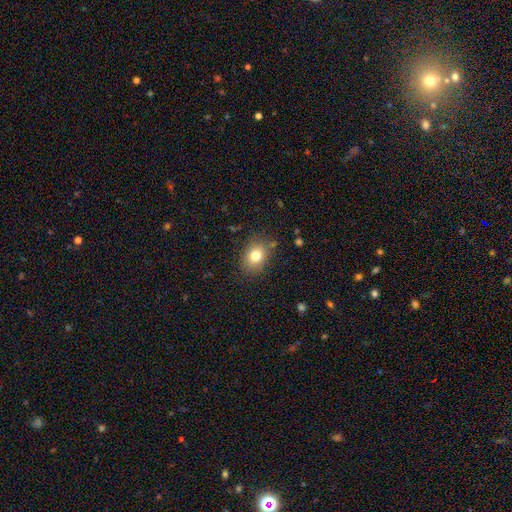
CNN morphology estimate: smooth_or_featured: smooth (p=0.79) [alt: star or artifact p=0.11]
how_rounded: in between (p=0.58) [alt: round p=0.41]
merging: none (p=0.83) [alt: minor disturbance p=0.12]